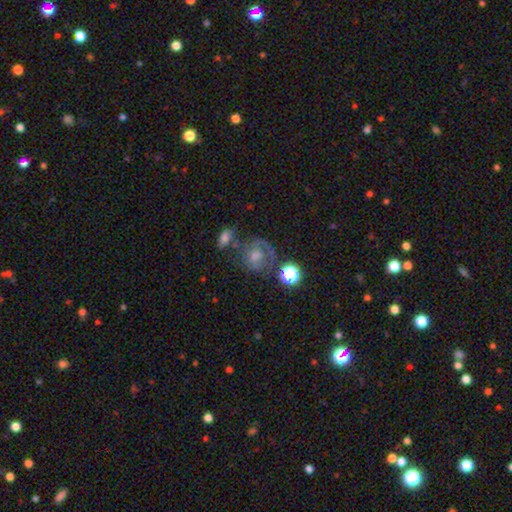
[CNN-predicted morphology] smooth_or_featured: featured or disk (p=0.52) [alt: smooth p=0.31]
disk_edge_on: no (p=0.96) [alt: yes p=0.04]
merging: none (p=0.53) [alt: minor disturbance p=0.18]